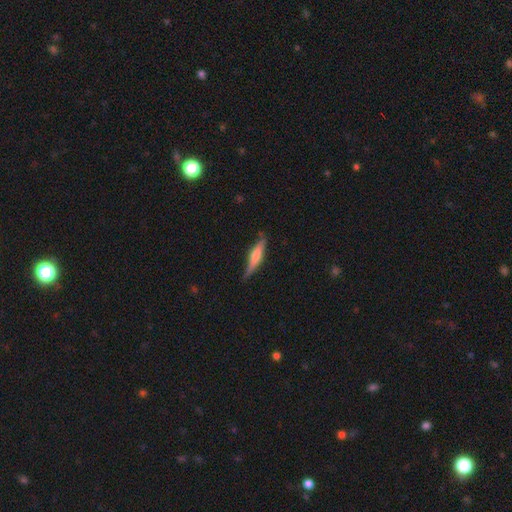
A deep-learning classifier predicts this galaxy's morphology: type=featured or disk (48%); merging=none (75%).